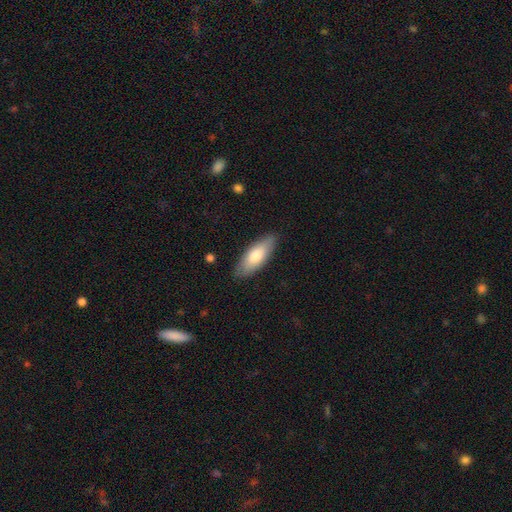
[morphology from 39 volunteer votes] Volunteers were most divided on "smooth or featured": smooth: 59%, featured or disk: 41%, star or artifact: 0%. More confident: merging — none (97%); how rounded — in between (91%).